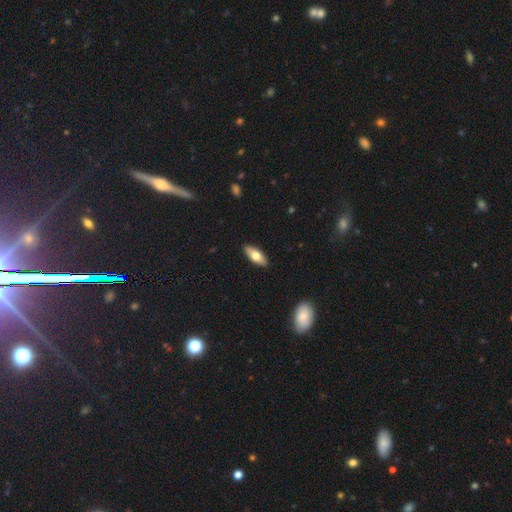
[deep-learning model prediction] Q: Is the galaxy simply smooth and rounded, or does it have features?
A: smooth — 69%.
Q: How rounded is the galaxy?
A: in between — 75%.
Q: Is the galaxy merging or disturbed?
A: none — 90%.